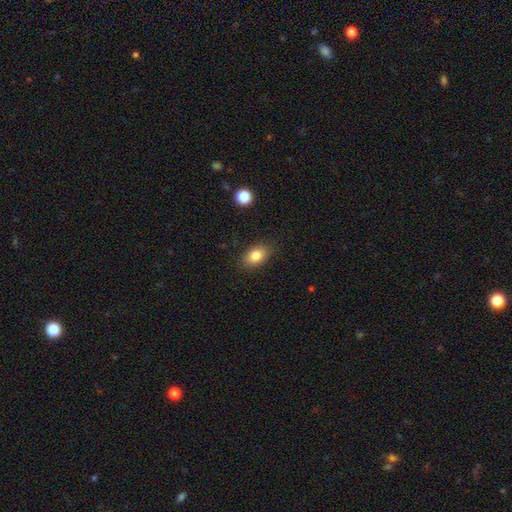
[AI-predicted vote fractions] Smooth or featured? smooth (82%)
How rounded? in between (84%)
Merging? none (86%)